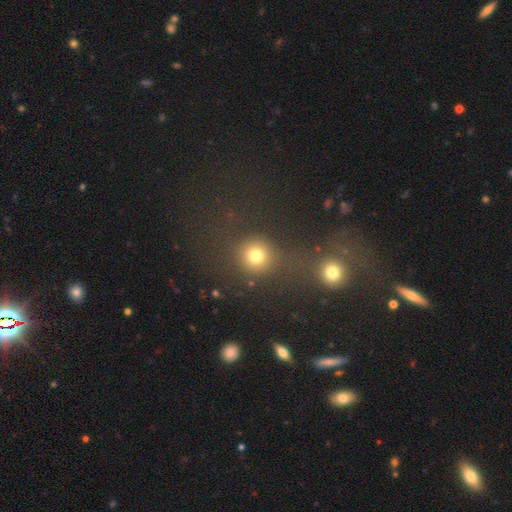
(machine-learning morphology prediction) The model was most divided on "smooth or featured": smooth: 75%, star or artifact: 17%, featured or disk: 7%. More confident: how rounded — round (88%); merging — none (73%).